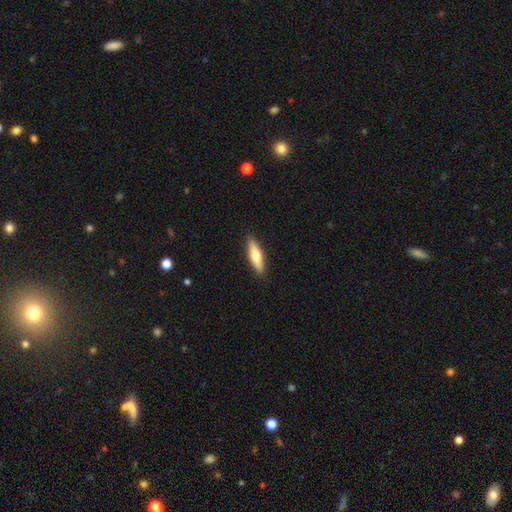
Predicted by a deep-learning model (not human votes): Morphology: type=smooth (58%); roundness=cigar-shaped (63%); merging=none (90%).